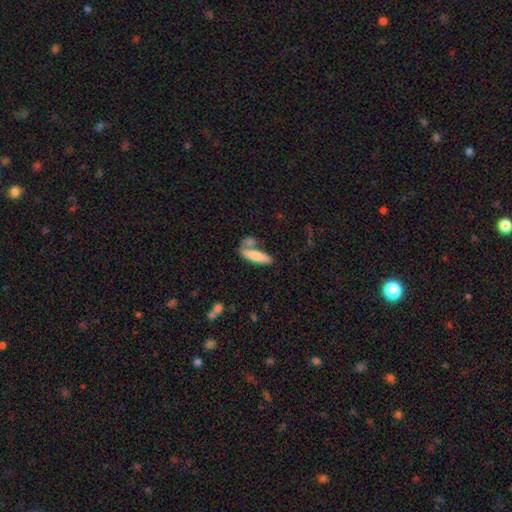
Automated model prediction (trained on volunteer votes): Overall: smooth (78%). How rounded: cigar-shaped (60%; in between 38%). Merging: none (56%; merger 26%).